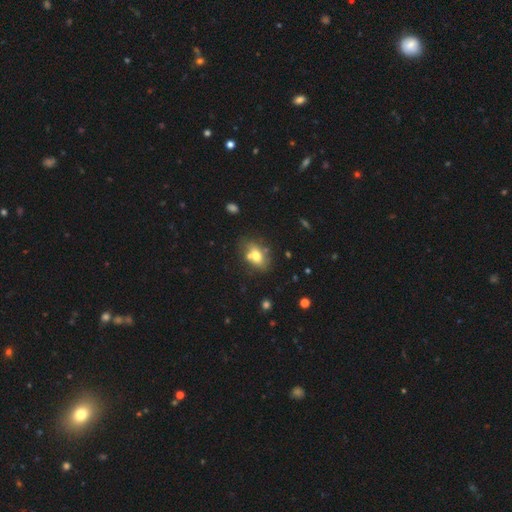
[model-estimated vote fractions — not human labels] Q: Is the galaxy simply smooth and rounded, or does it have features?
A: smooth — 67%.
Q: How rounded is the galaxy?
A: in between — 80%.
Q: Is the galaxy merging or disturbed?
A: none — 54%.